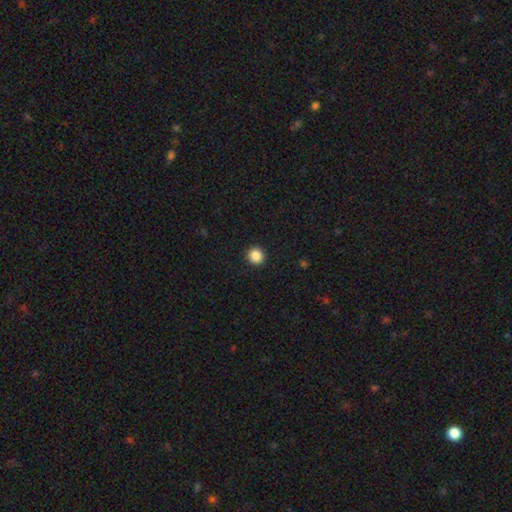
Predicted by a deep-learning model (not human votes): A smooth galaxy with no disk features (87%) that is round (95%).

Vote fractions:
- Smooth or featured? smooth: 87% / star or artifact: 10% / featured or disk: 3%
- How rounded? round: 95% / in between: 4% / cigar-shaped: 1%
- Merging? none: 93% / minor disturbance: 4% / major disturbance: 2% / merger: 1%